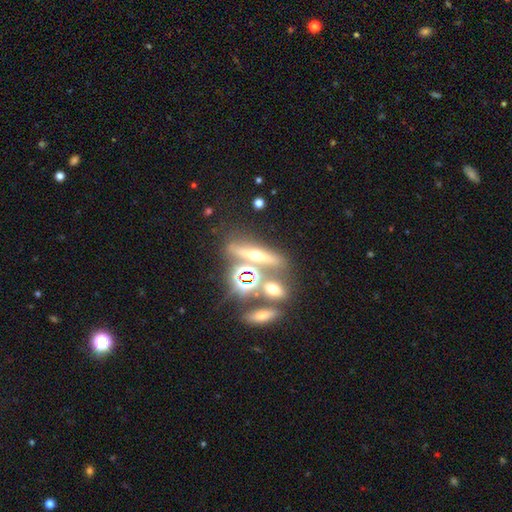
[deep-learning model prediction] A featured or disk galaxy (44%).

Vote fractions:
- Smooth or featured? featured or disk: 44% / smooth: 32% / star or artifact: 25%
- Merging? none: 63% / merger: 21% / minor disturbance: 11% / major disturbance: 6%